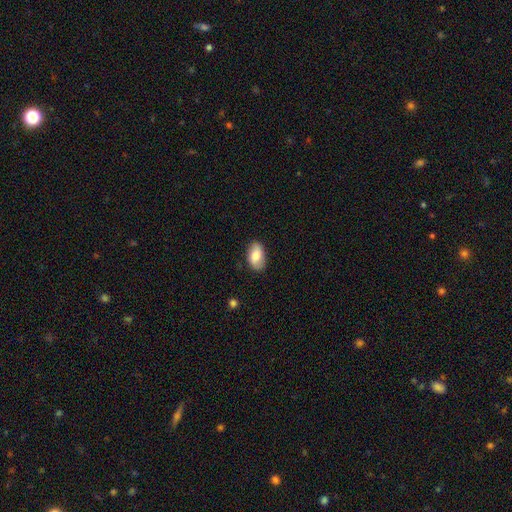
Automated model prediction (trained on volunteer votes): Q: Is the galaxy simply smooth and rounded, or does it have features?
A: smooth — 76%.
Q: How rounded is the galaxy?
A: in between — 92%.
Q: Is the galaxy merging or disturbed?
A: none — 82%.